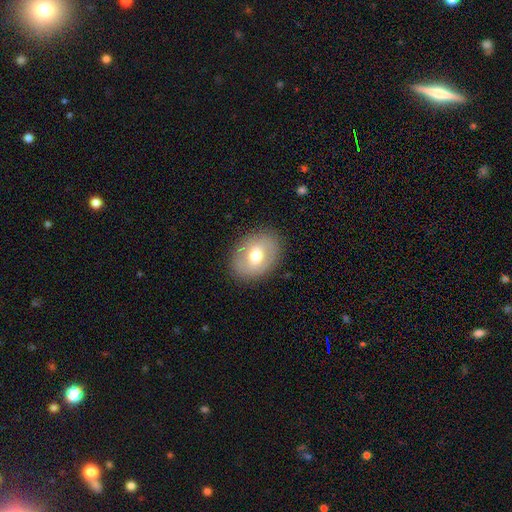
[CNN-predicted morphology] Smooth or featured: smooth — 59% (featured or disk — 34%)
How rounded: in between — 70% (round — 29%)
Merging: none — 85% (minor disturbance — 10%)